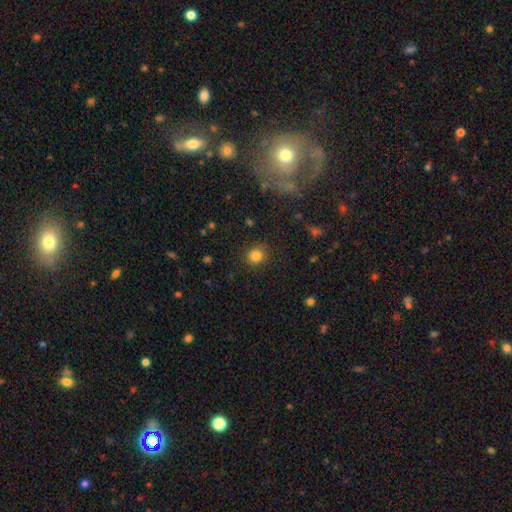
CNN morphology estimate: smooth 83%, star or artifact 12%, featured or disk 5%. Down the decision tree: how rounded — round (87%); merging — none (88%).